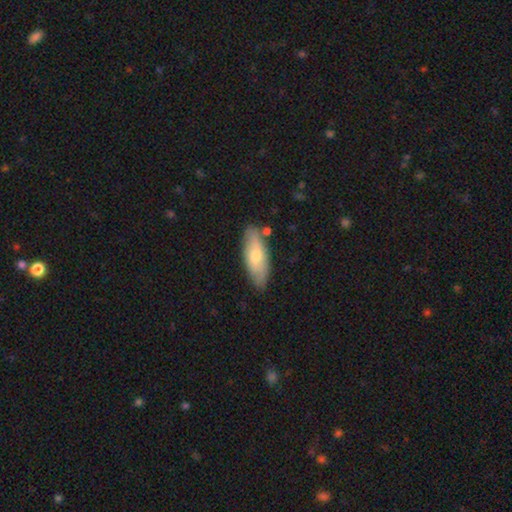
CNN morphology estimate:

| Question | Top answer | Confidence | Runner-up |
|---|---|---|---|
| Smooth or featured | smooth | 64% | featured or disk (30%) |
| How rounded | in between | 67% | cigar-shaped (30%) |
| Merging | none | 80% | minor disturbance (14%) |